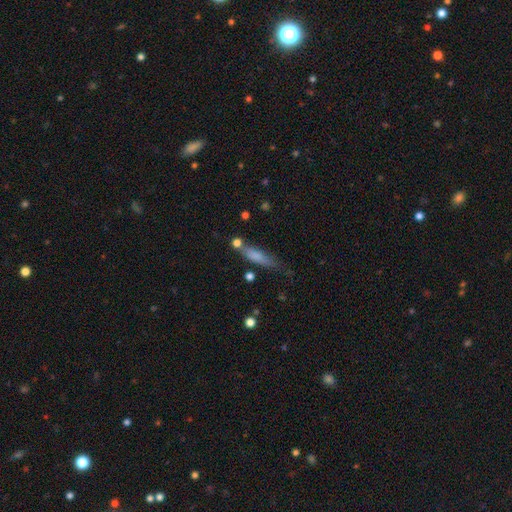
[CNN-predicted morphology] Smooth or featured: smooth — 73% (featured or disk — 19%)
How rounded: cigar-shaped — 70% (in between — 28%)
Merging: none — 55% (minor disturbance — 24%)